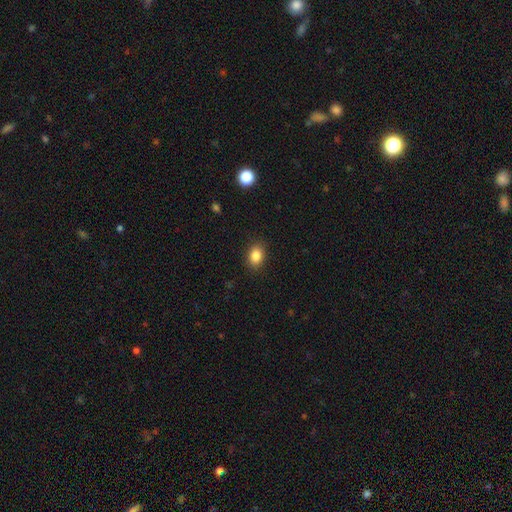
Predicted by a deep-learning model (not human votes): smooth-or-featured: smooth: 85% | star or artifact: 9% | featured or disk: 6%
  how-rounded: in between: 70% | round: 29% | cigar-shaped: 1%
  merging: none: 88% | minor disturbance: 9% | major disturbance: 2% | merger: 1%